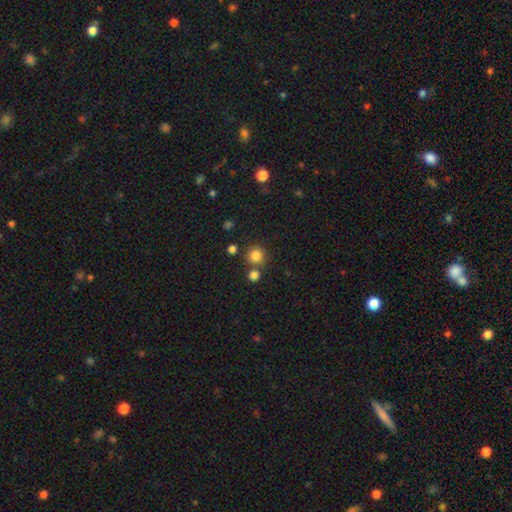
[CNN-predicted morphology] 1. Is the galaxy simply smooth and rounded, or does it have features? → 82% smooth, 13% star or artifact, 5% featured or disk.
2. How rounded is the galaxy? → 91% round, 8% in between, 1% cigar-shaped.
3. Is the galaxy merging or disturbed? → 72% none, 16% merger, 8% minor disturbance, 3% major disturbance.